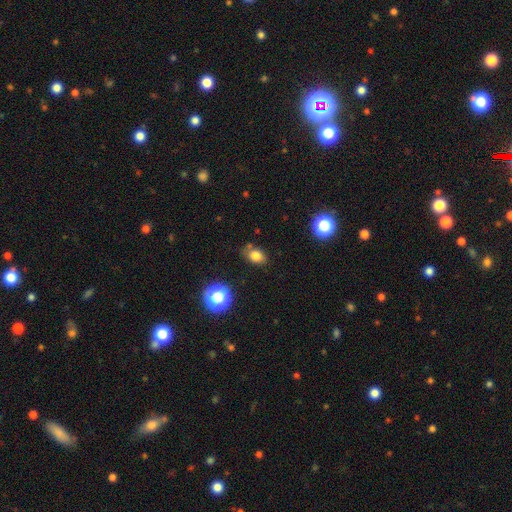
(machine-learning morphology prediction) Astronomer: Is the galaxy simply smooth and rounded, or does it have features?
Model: smooth — 79%.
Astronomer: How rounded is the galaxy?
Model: in between — 73%.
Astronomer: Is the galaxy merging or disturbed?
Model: none — 74%.